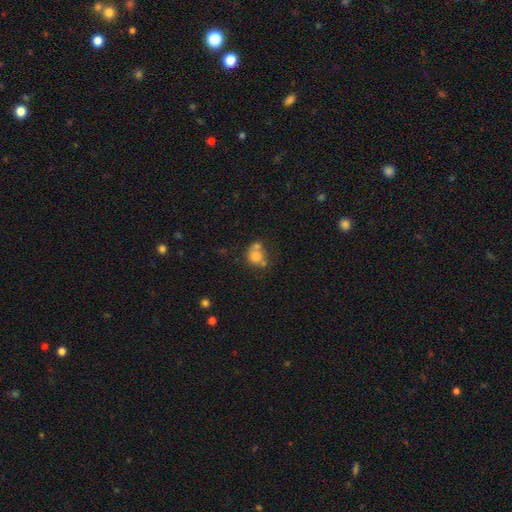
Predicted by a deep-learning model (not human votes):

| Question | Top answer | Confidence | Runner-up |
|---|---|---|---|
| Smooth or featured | smooth | 73% | featured or disk (15%) |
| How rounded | round | 75% | in between (24%) |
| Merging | merger | 40% | none (39%) |